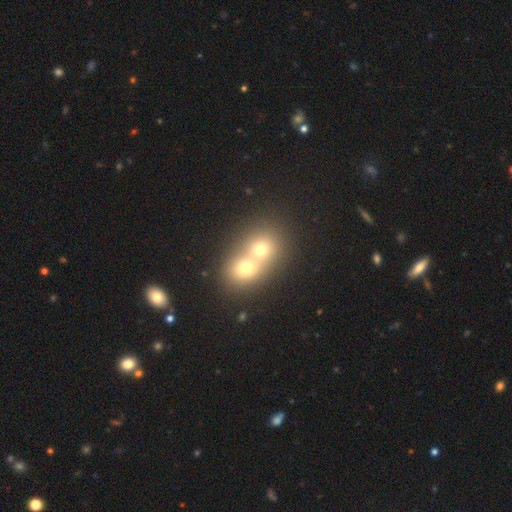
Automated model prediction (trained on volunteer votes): smooth_or_featured: smooth (p=0.62) [alt: featured or disk p=0.20]
how_rounded: round (p=0.70) [alt: in between p=0.29]
merging: merger (p=0.73) [alt: none p=0.21]